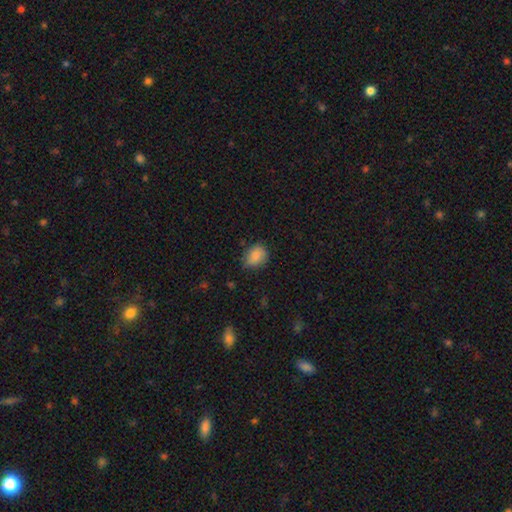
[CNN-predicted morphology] smooth-or-featured: smooth: 86% | star or artifact: 8% | featured or disk: 5%
  how-rounded: in between: 60% | round: 39% | cigar-shaped: 1%
  merging: none: 69% | minor disturbance: 25% | major disturbance: 5% | merger: 1%